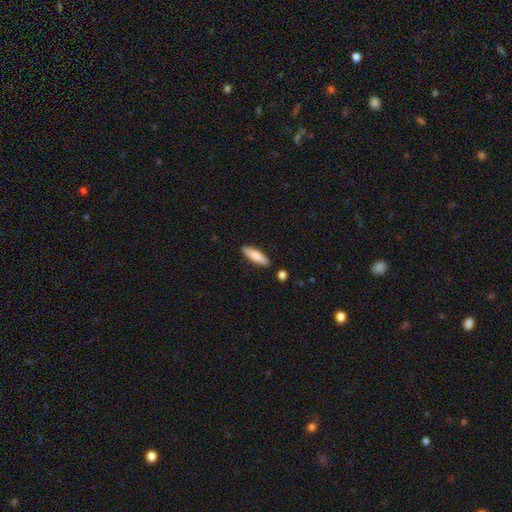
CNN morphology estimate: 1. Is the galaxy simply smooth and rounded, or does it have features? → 80% smooth, 14% featured or disk, 6% star or artifact.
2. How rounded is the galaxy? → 65% cigar-shaped, 34% in between, 2% round.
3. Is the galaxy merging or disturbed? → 87% none, 8% minor disturbance, 3% merger, 2% major disturbance.